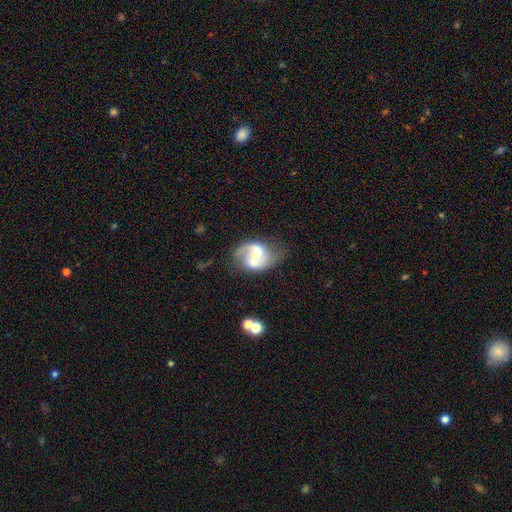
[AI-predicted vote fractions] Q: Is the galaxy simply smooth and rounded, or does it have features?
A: featured or disk — 75%.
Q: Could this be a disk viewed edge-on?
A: no — 98%.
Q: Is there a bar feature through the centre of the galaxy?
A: weak — 42%.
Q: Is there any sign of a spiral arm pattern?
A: yes — 86%.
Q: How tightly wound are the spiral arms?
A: loose — 45%.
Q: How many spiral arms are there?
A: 2 — 82%.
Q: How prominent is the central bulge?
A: small — 33%.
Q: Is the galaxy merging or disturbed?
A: none — 49%.